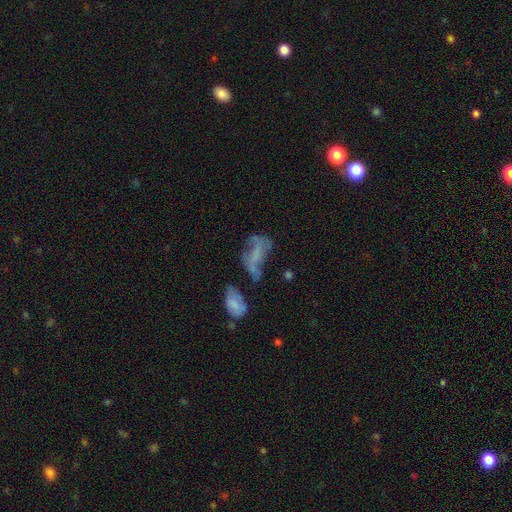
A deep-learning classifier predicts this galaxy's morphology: Smooth or featured: featured or disk — 45% (smooth — 38%)
Merging: major disturbance — 32% (none — 29%)